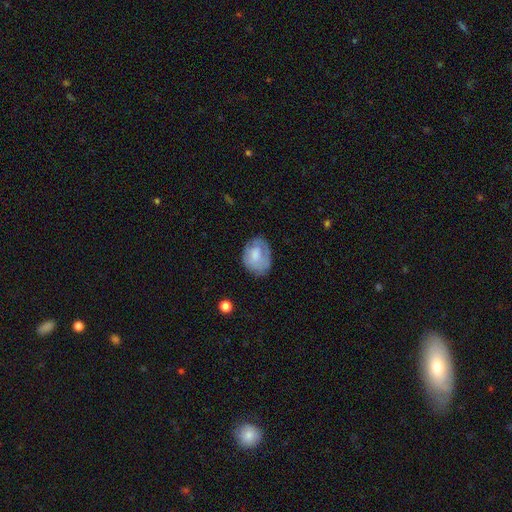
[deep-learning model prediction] This is likely a smooth galaxy (64%). How rounded: likely in between (65%). Merging: possibly none (59%).